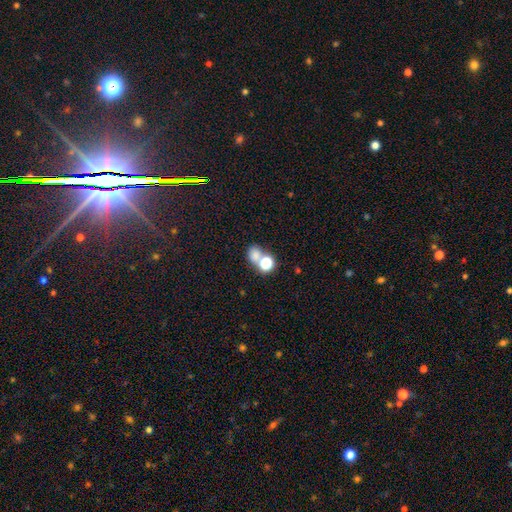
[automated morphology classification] Smooth or featured: smooth — 70% (star or artifact — 20%)
How rounded: round — 59% (in between — 40%)
Merging: merger — 47% (none — 39%)